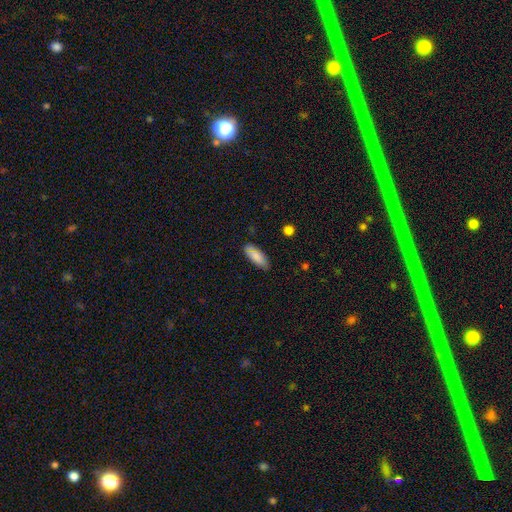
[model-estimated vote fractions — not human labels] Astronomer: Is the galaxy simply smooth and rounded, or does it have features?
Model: smooth — 82%.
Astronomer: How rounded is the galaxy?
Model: in between — 74%.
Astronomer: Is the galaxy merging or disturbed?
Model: none — 76%.